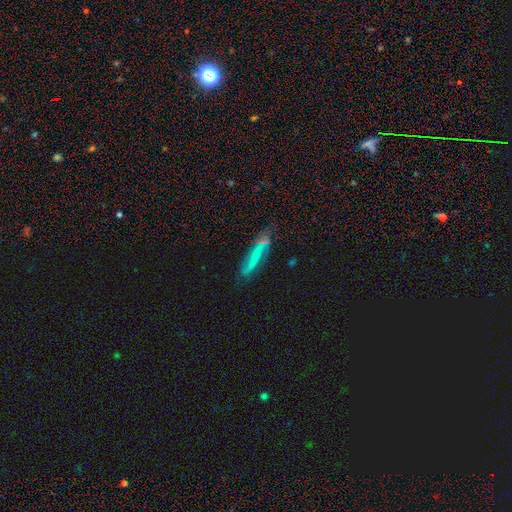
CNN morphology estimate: smooth_or_featured: featured or disk (p=0.55) [alt: smooth p=0.35]
disk_edge_on: no (p=0.59) [alt: yes p=0.41]
merging: none (p=0.54) [alt: minor disturbance p=0.26]